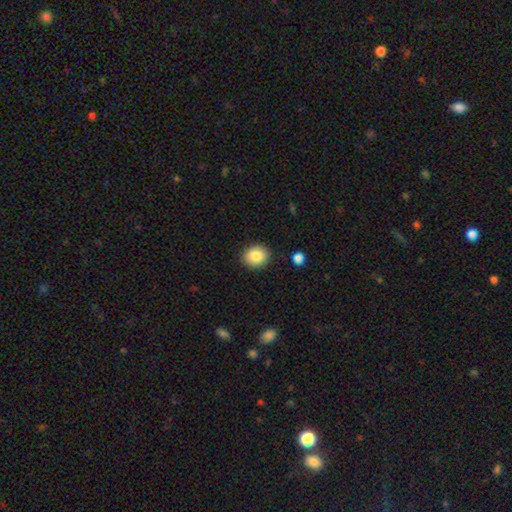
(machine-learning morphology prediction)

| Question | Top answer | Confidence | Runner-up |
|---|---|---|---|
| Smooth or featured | smooth | 86% | star or artifact (8%) |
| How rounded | round | 66% | in between (33%) |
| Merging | none | 88% | minor disturbance (8%) |